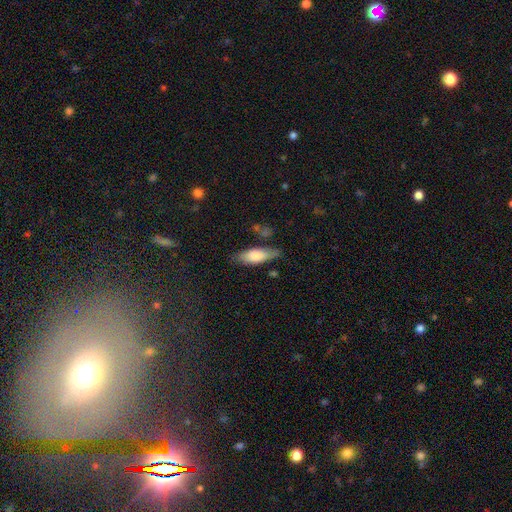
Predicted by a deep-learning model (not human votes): This is likely a smooth galaxy (73%). How rounded: likely in between (65%). Merging: likely none (70%).